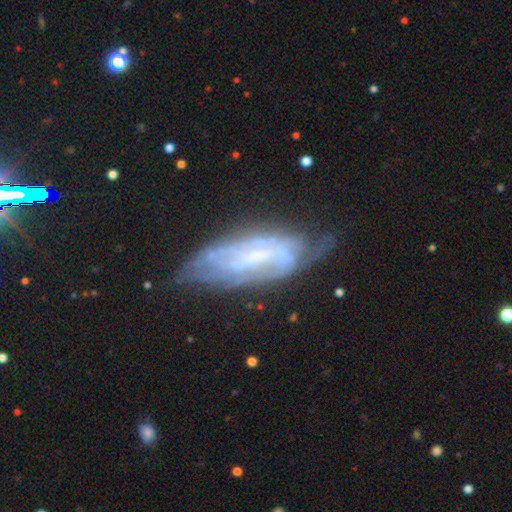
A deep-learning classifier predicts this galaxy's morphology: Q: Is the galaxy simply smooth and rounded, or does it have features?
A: featured or disk — 72%.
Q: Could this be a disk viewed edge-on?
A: no — 81%.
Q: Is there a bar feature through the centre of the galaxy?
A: weak — 38%.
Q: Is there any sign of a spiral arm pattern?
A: yes — 73%.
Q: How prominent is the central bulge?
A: small — 42%.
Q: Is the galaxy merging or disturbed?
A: none — 53%.